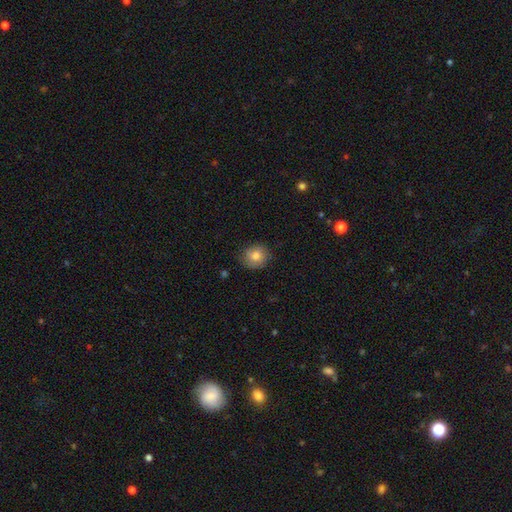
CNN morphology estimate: This appears to be a smooth galaxy with no disk features (77%) that is round (82%). Merging: none (79%).